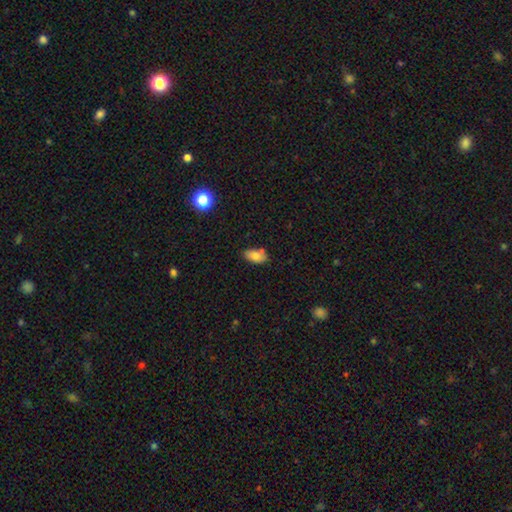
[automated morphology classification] Q: Smooth or featured?
A: smooth (79%); runner-up: featured or disk (13%)
Q: How rounded?
A: in between (92%); runner-up: round (6%)
Q: Merging?
A: none (70%); runner-up: minor disturbance (19%)